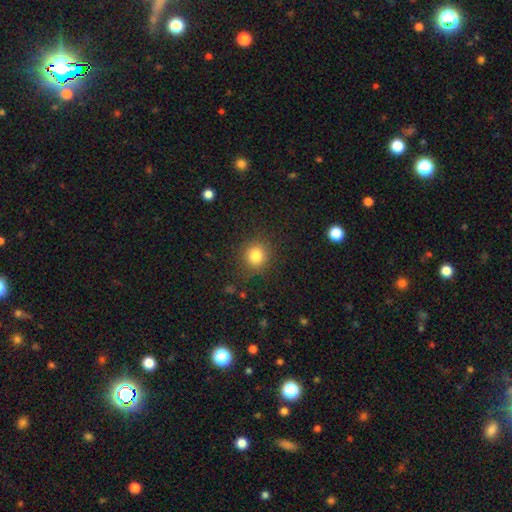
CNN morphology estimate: This is clearly a smooth galaxy (82%). How rounded: clearly round (89%). Merging: clearly none (87%).